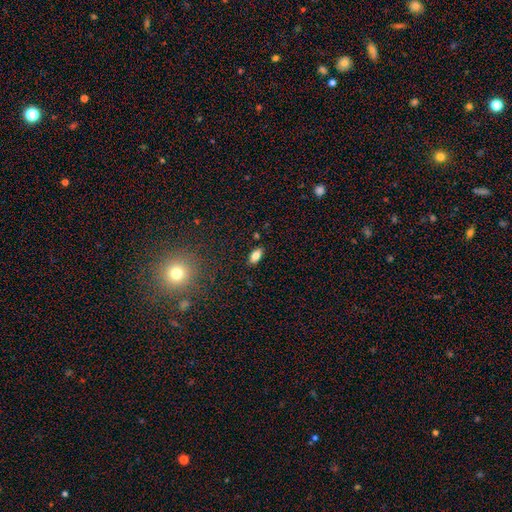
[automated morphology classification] Smooth or featured? smooth (79%)
How rounded? in between (89%)
Merging? none (87%)